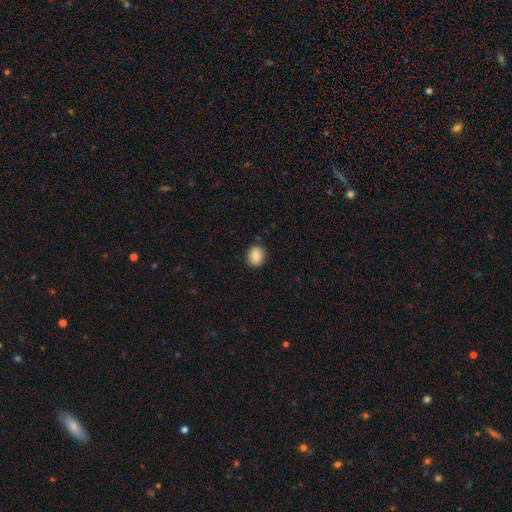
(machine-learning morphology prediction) Smooth or featured? Predicted: smooth (p=0.86). How rounded? Predicted: round (p=0.61). Merging? Predicted: none (p=0.86).